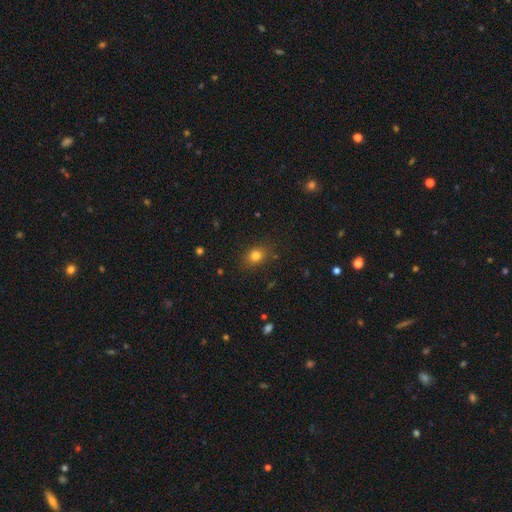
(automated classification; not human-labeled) smooth_or_featured: smooth (p=0.79) [alt: star or artifact p=0.14]
how_rounded: round (p=0.52) [alt: in between p=0.47]
merging: none (p=0.83) [alt: minor disturbance p=0.12]